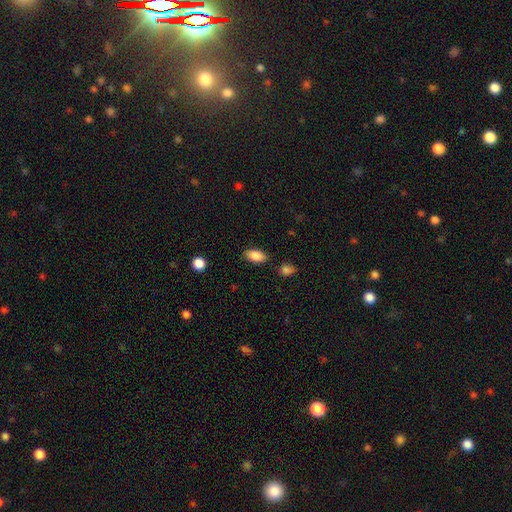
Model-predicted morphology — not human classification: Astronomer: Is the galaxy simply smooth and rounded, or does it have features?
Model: smooth — 88%.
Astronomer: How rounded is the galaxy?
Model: in between — 91%.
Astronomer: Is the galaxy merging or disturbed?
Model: none — 84%.